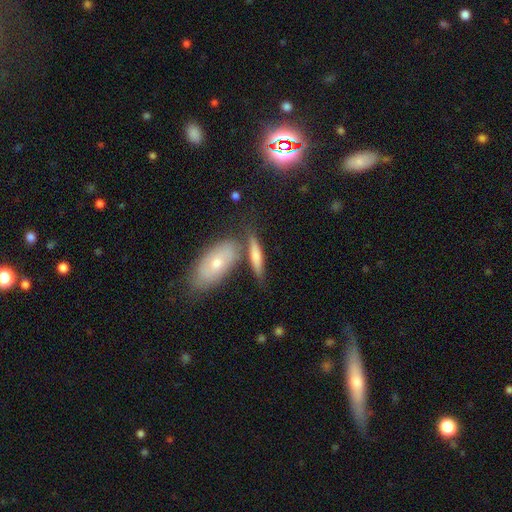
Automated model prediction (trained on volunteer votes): A smooth galaxy with no disk features (64%) that is cigar-shaped (60%). Merging: none (56%).